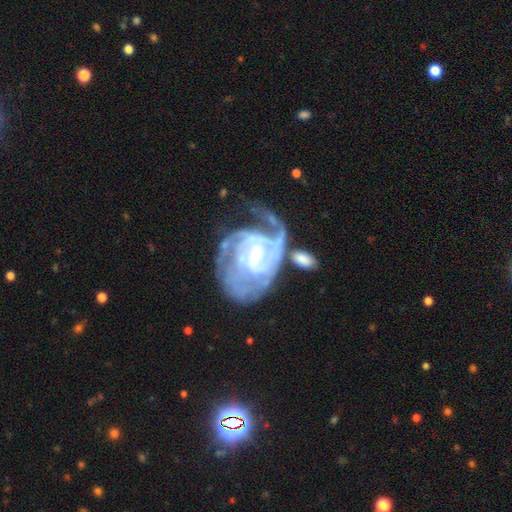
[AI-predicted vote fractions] The model was most divided on "spiral arm count": can't tell: 33%, 2: 31%, 3: 16%, 1: 10%, 4: 6%, more than 4: 4%. Remaining: edge-on disk — no (97%); spiral arms — yes (93%); smooth or featured — featured or disk (88%); bar — weak (55%); bulge size — small (53%); spiral winding — tight (50%); merging — major disturbance (37%).